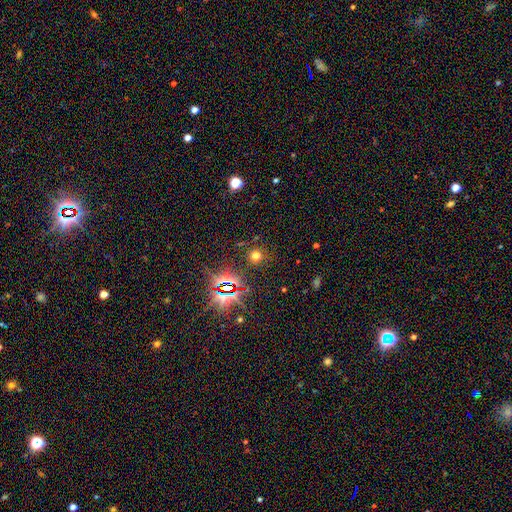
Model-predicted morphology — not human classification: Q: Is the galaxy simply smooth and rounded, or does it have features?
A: smooth — 57%.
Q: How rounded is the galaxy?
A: round — 90%.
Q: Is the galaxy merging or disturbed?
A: none — 86%.